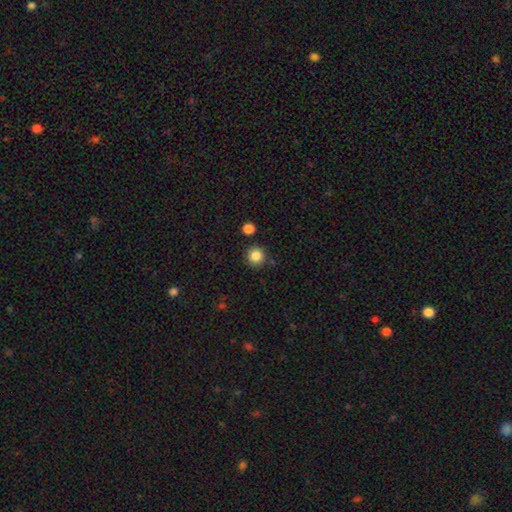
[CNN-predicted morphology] Smooth or featured?
  - smooth: 85% *
  - star or artifact: 10%
  - featured or disk: 4%
How rounded?
  - round: 94% *
  - in between: 5%
  - cigar-shaped: 1%
Merging?
  - none: 86% *
  - minor disturbance: 7%
  - merger: 4%
  - major disturbance: 2%